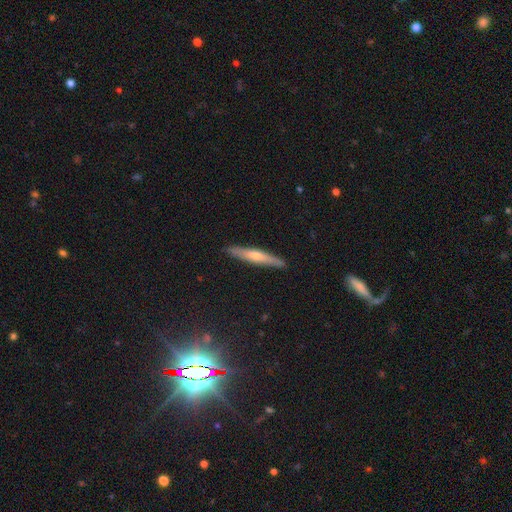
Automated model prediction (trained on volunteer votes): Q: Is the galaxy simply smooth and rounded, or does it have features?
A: featured or disk — 55%.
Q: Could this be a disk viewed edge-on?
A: yes — 92%.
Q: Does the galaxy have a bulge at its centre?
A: rounded — 84%.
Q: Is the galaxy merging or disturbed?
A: none — 87%.